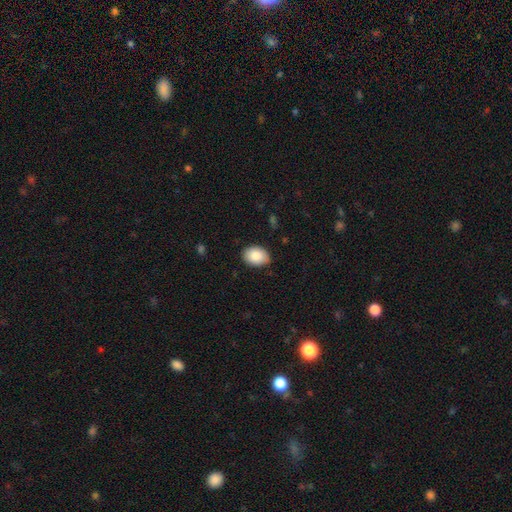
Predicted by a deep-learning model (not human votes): smooth_or_featured: smooth (p=0.88) [alt: star or artifact p=0.07]
how_rounded: in between (p=0.75) [alt: round p=0.24]
merging: none (p=0.82) [alt: minor disturbance p=0.15]